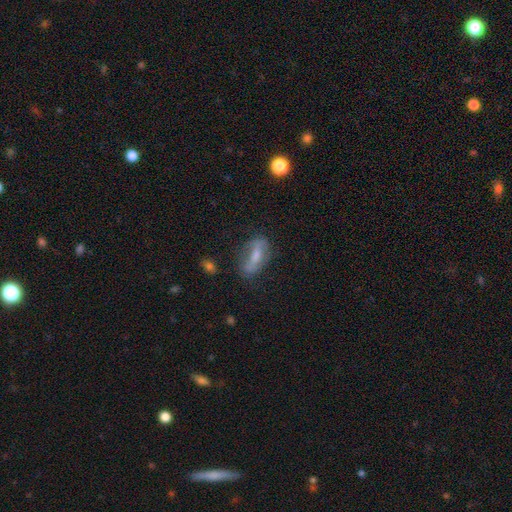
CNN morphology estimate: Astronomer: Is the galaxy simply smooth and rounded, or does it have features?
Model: smooth — 49% (runner-up: featured or disk, 41%).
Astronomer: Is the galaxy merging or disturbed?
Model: none — 62%.